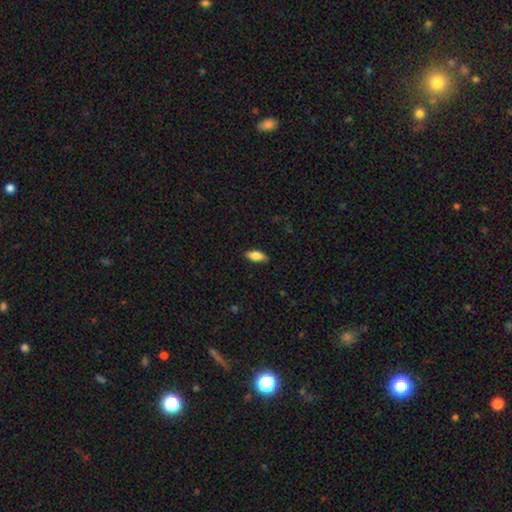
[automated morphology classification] type=smooth (82%); roundness=in between (82%); merging=none (86%).